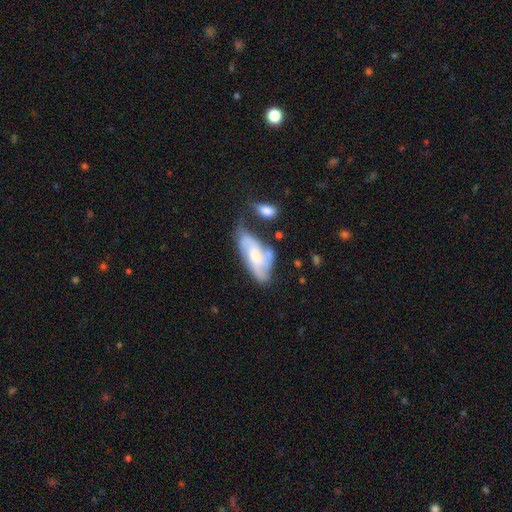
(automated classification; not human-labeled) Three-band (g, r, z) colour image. It shows a featured or disk galaxy (58%) with no bar (62%), spiral arms (78%) and a moderate central bulge (45%). Merging: none (36%).